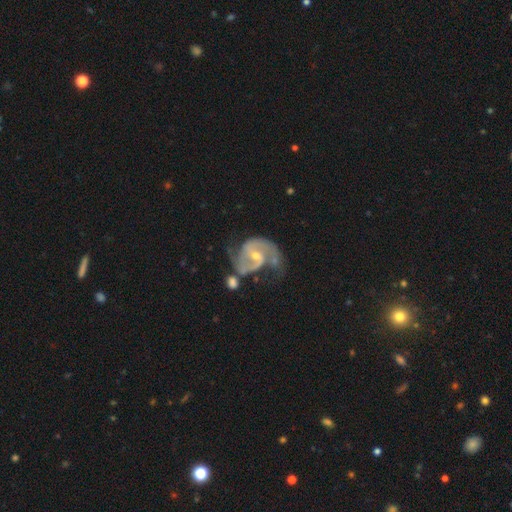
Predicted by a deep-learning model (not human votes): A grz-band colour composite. It shows a featured or disk galaxy (91%) with a weak bar (49%), 2 (90%) medium (57%) spiral arms (98%) and a small central bulge (51%). Merging: none (52%).